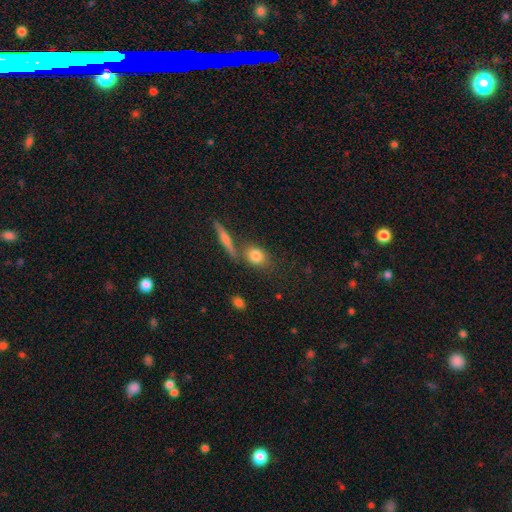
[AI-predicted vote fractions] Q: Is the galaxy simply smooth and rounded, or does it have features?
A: smooth — 79%.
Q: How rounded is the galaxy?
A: in between — 48%.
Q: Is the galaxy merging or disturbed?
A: none — 65%.